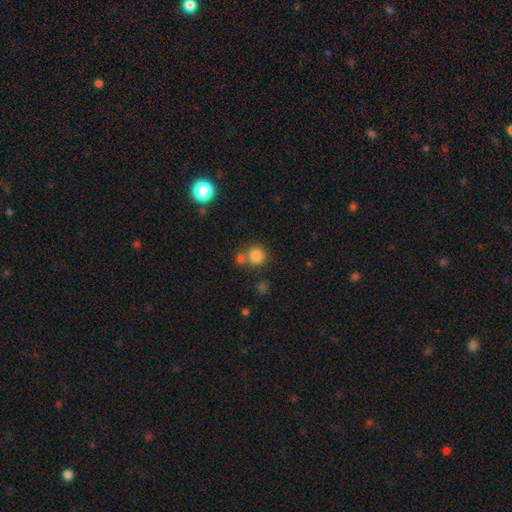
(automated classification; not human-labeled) smooth-or-featured: smooth: 82% | star or artifact: 12% | featured or disk: 6%
  how-rounded: round: 90% | in between: 9% | cigar-shaped: 1%
  merging: none: 62% | merger: 26% | minor disturbance: 8% | major disturbance: 4%